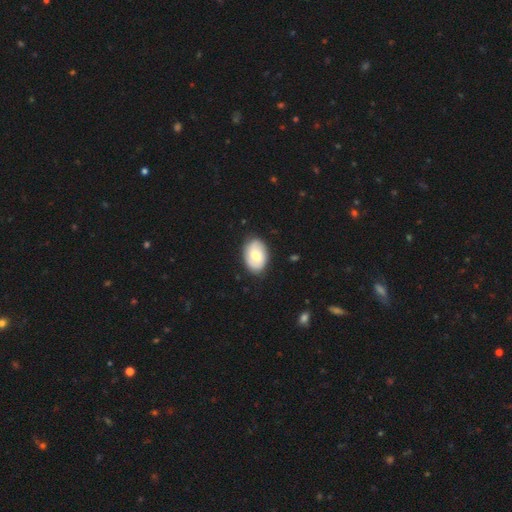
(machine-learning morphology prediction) Q: Smooth or featured?
A: smooth (58%); runner-up: featured or disk (36%)
Q: How rounded?
A: in between (86%); runner-up: round (13%)
Q: Merging?
A: none (83%); runner-up: minor disturbance (13%)